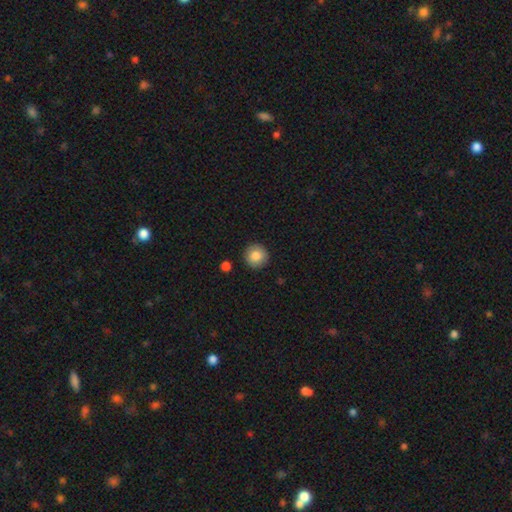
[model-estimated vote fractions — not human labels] A smooth galaxy with no disk features (85%) that is round (94%).

Vote fractions:
- Smooth or featured? smooth: 85% / star or artifact: 8% / featured or disk: 7%
- How rounded? round: 94% / in between: 5% / cigar-shaped: 1%
- Merging? none: 90% / minor disturbance: 6% / major disturbance: 2% / merger: 2%